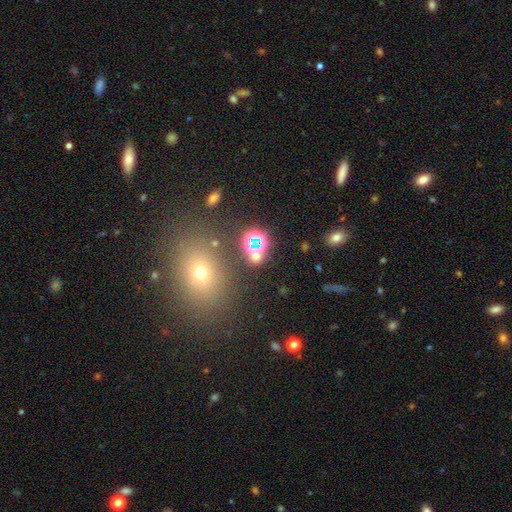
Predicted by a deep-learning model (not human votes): smooth-or-featured: star or artifact: 48% | smooth: 42% | featured or disk: 10%